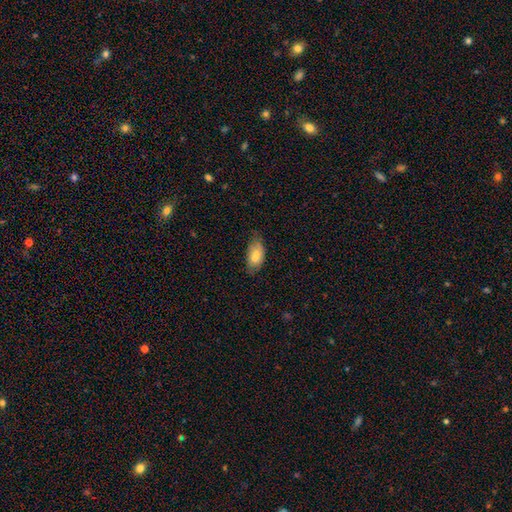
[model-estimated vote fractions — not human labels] smooth_or_featured: smooth (p=0.75) [alt: featured or disk p=0.18]
how_rounded: in between (p=0.91) [alt: cigar-shaped p=0.06]
merging: none (p=0.63) [alt: minor disturbance p=0.28]